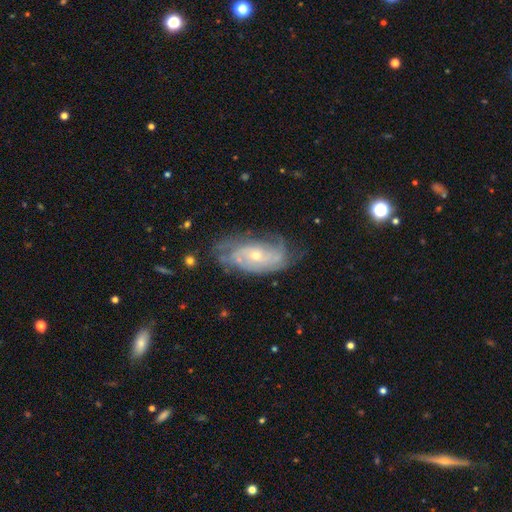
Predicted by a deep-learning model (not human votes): smooth_or_featured: featured or disk (p=0.82) [alt: smooth p=0.12]
disk_edge_on: no (p=0.94) [alt: yes p=0.06]
bar: no (p=0.74) [alt: weak p=0.21]
has_spiral_arms: yes (p=0.91) [alt: no p=0.09]
spiral_winding: tight (p=0.57) [alt: medium p=0.32]
spiral_arm_count: can't tell (p=0.40) [alt: 2 p=0.26]
bulge_size: small (p=0.62) [alt: moderate p=0.35]
merging: none (p=0.62) [alt: minor disturbance p=0.25]